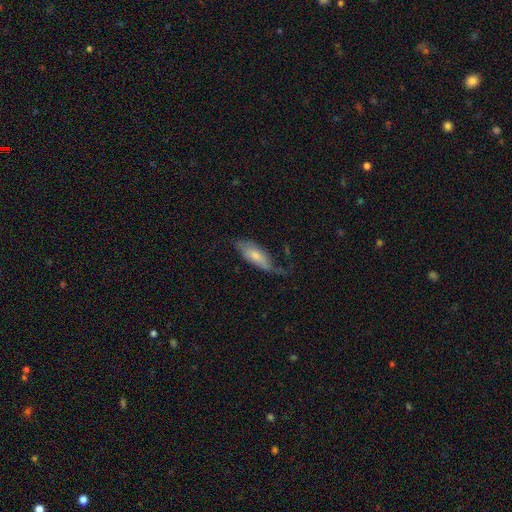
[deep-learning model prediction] smooth-or-featured: smooth: 58% | featured or disk: 36% | star or artifact: 6%
  how-rounded: in between: 70% | cigar-shaped: 28% | round: 2%
  merging: none: 39% | minor disturbance: 31% | major disturbance: 27% | merger: 3%